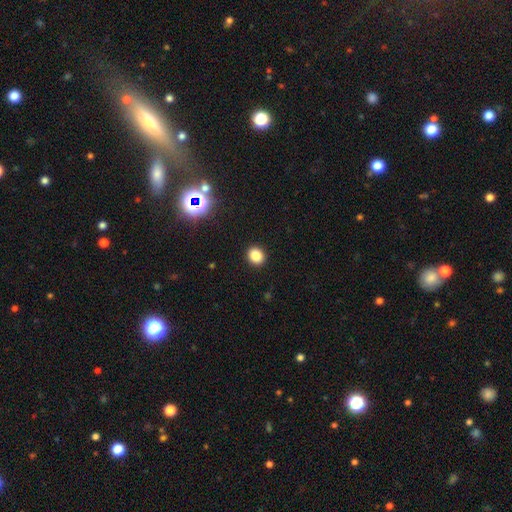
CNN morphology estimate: Smooth or featured? smooth (84%)
How rounded? round (71%)
Merging? none (92%)